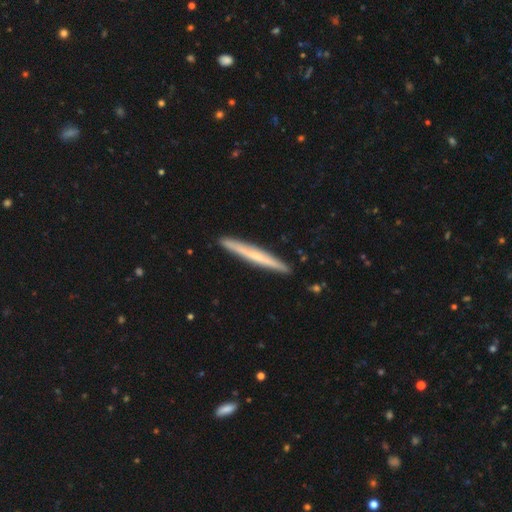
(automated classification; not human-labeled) smooth_or_featured: smooth (p=0.49) [alt: featured or disk p=0.46]
merging: none (p=0.91) [alt: minor disturbance p=0.07]